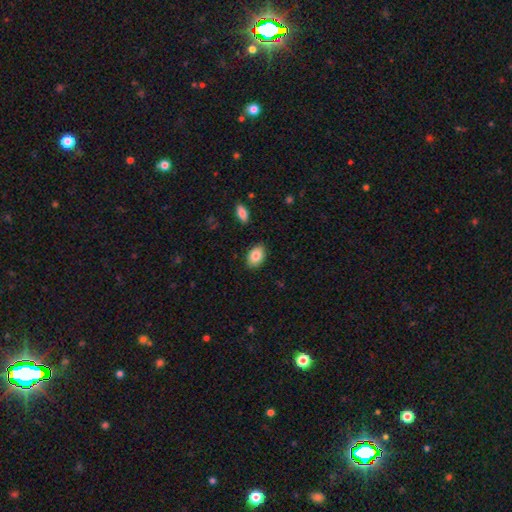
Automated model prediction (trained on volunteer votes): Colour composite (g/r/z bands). It shows a smooth galaxy with no disk features (84%) that is in between round and cigar-shaped (86%). Merging: none (87%).